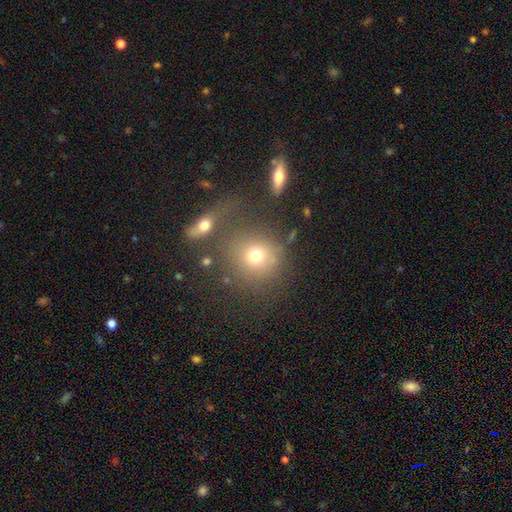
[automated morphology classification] A smooth galaxy with no disk features (70%) that is round (83%).

Vote fractions:
- Smooth or featured? smooth: 70% / star or artifact: 16% / featured or disk: 14%
- How rounded? round: 83% / in between: 16% / cigar-shaped: 1%
- Merging? none: 57% / merger: 21% / minor disturbance: 12% / major disturbance: 10%